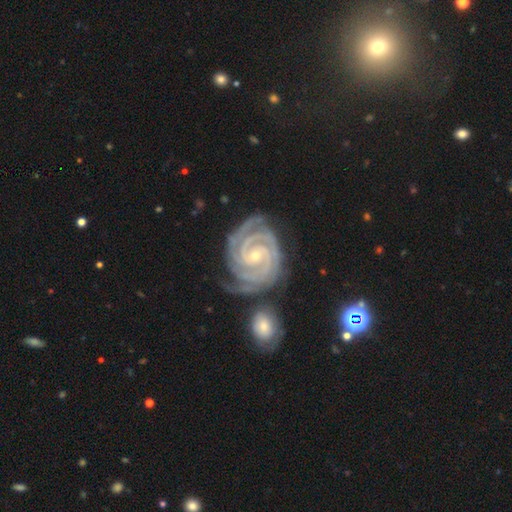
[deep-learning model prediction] Smooth or featured?
  - featured or disk: 94% *
  - star or artifact: 4%
  - smooth: 2%
Edge-on disk?
  - no: 98% *
  - yes: 2%
Bar?
  - no: 55% *
  - weak: 30%
  - strong: 15%
Spiral arms?
  - yes: 99% *
  - no: 1%
Spiral winding?
  - tight: 86% *
  - medium: 12%
  - loose: 2%
Spiral arm count?
  - 3: 34% *
  - 2: 24%
  - 4: 21%
  - can't tell: 9%
  - more than 4: 7%
  - 1: 6%
Bulge size?
  - small: 73% *
  - moderate: 24%
  - none: 1%
  - large: 1%
  - dominant: 1%
Merging?
  - none: 68% *
  - minor disturbance: 20%
  - merger: 7%
  - major disturbance: 6%